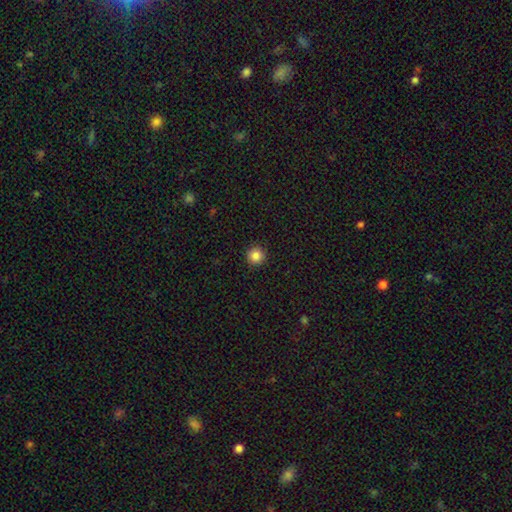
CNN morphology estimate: The model was most divided on "smooth or featured": smooth: 85%, star or artifact: 11%, featured or disk: 5%. More confident: how rounded — round (96%); merging — none (93%).